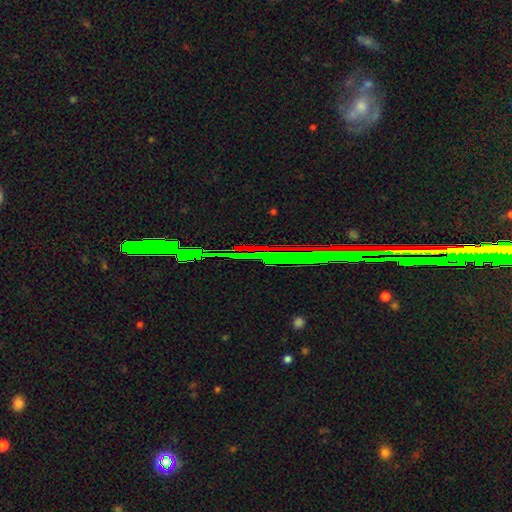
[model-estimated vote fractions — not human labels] smooth_or_featured: star or artifact (p=0.75) [alt: featured or disk p=0.14]